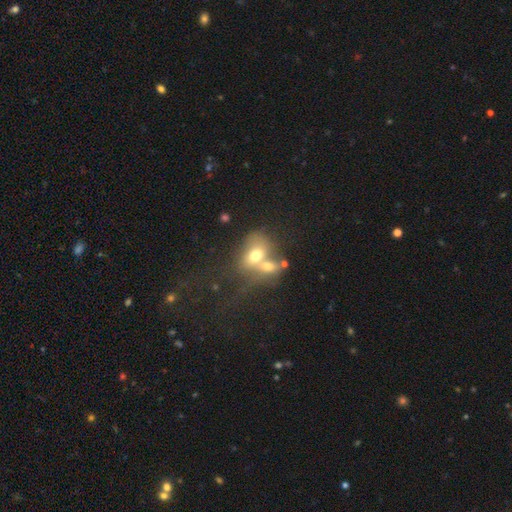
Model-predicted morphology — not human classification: smooth 63%, featured or disk 26%, star or artifact 11%. Down the decision tree: how rounded — in between (66%); merging — merger (66%).